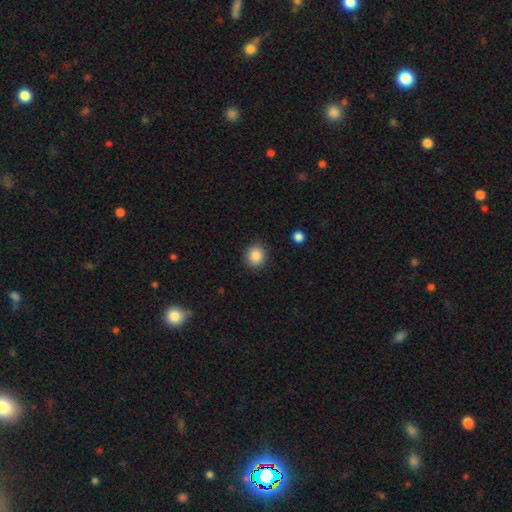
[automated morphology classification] A smooth galaxy with no disk features (87%) that is round (78%).

Vote fractions:
- Smooth or featured? smooth: 87% / star or artifact: 9% / featured or disk: 4%
- How rounded? round: 78% / in between: 21% / cigar-shaped: 1%
- Merging? none: 89% / minor disturbance: 7% / major disturbance: 2% / merger: 1%